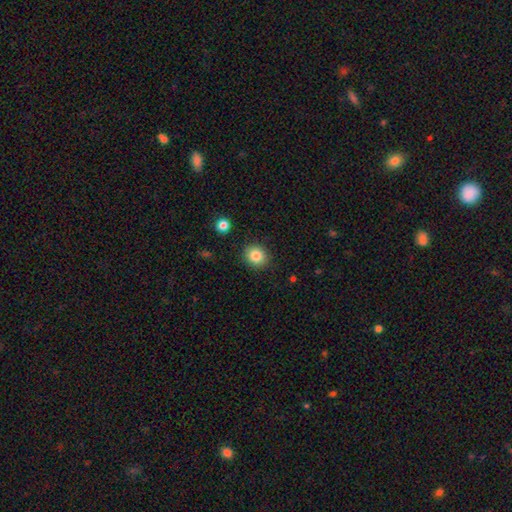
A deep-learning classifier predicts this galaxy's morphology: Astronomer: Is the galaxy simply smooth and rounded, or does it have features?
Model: smooth — 84%.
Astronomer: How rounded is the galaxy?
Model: round — 74%.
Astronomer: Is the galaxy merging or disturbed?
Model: none — 89%.